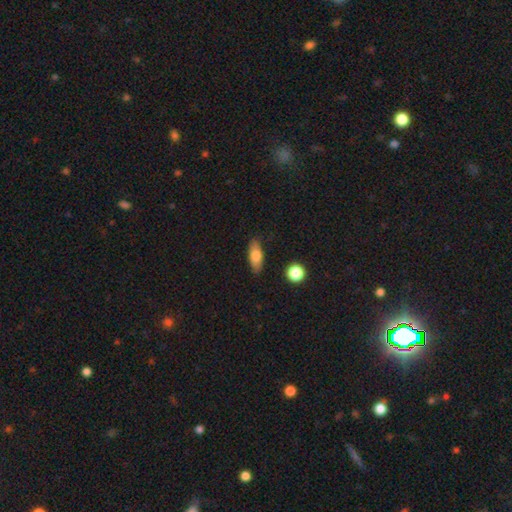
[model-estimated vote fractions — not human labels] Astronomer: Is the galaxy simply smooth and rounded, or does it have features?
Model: smooth — 74%.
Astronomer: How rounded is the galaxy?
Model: in between — 72%.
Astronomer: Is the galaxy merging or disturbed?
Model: none — 84%.